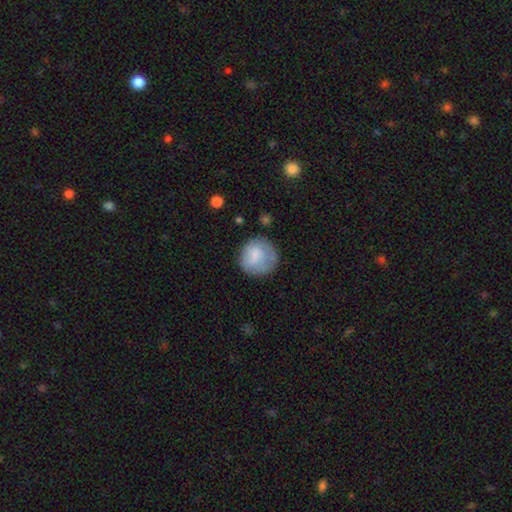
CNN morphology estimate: Overall: smooth (74%). How rounded: round (89%). Merging: none (67%).